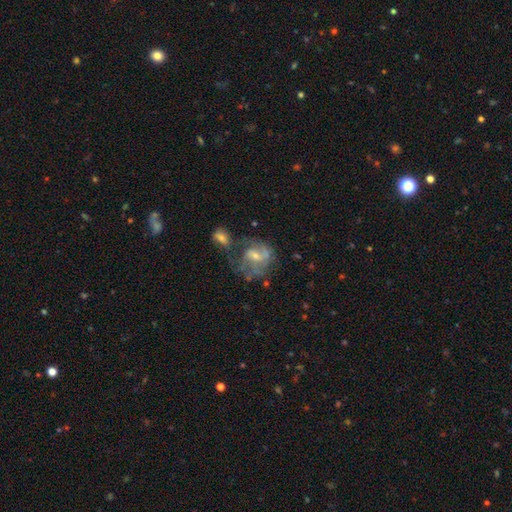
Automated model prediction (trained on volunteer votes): This appears to be a featured or disk galaxy (69%) with a weak bar (47%), spiral arms (72%) and a small central bulge (51%). Merging: none (38%).